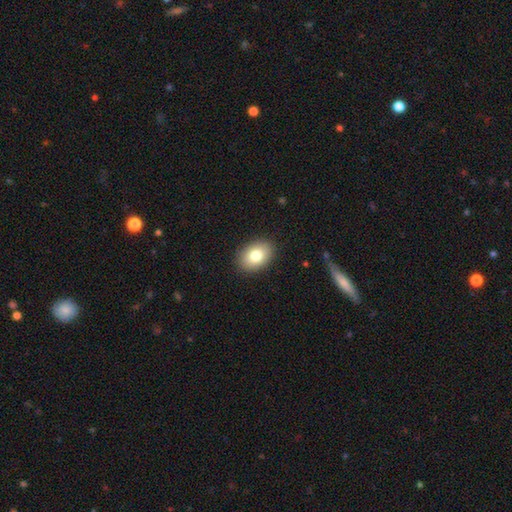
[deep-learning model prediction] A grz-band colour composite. It shows a smooth galaxy with no disk features (81%) that is in between round and cigar-shaped (83%). Merging: none (89%).